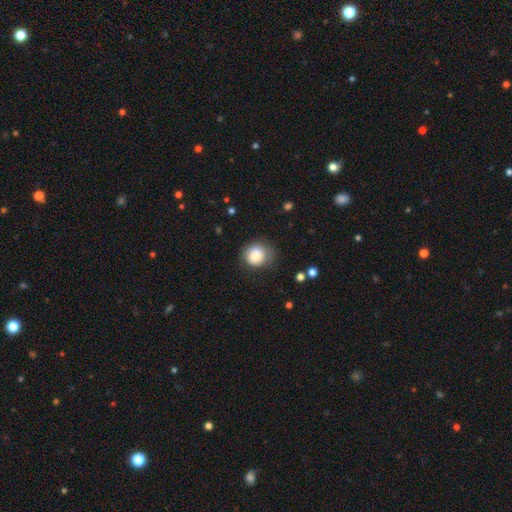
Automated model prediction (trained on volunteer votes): Morphology: type=smooth (83%); roundness=round (82%); merging=none (71%).